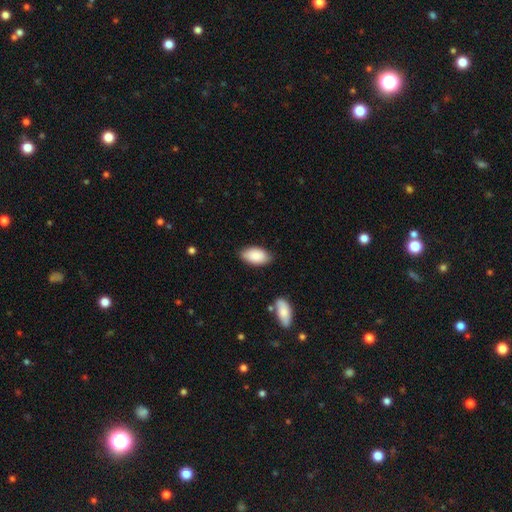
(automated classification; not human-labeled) This is clearly a smooth galaxy (86%). How rounded: clearly in between (94%). Merging: clearly none (81%).